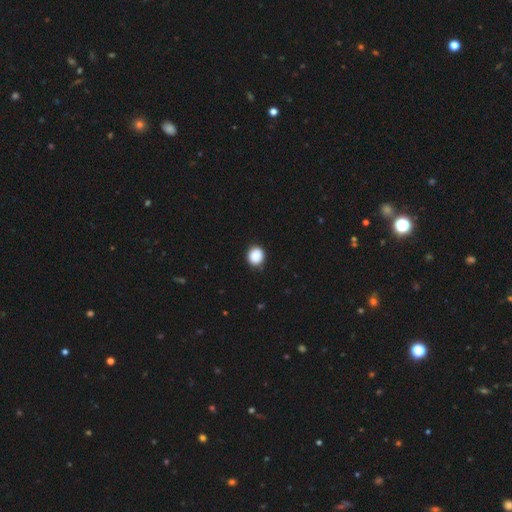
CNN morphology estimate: smooth-or-featured: smooth: 89% | star or artifact: 9% | featured or disk: 3%
  how-rounded: round: 83% | in between: 16% | cigar-shaped: 1%
  merging: none: 87% | minor disturbance: 10% | major disturbance: 2% | merger: 1%